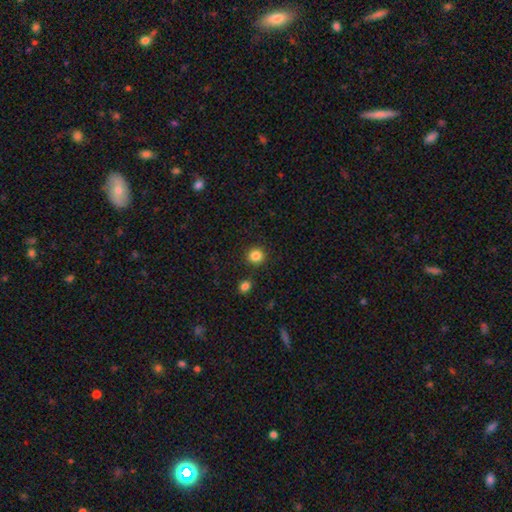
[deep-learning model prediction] Overall: smooth (85%). How rounded: round (90%). Merging: none (88%).